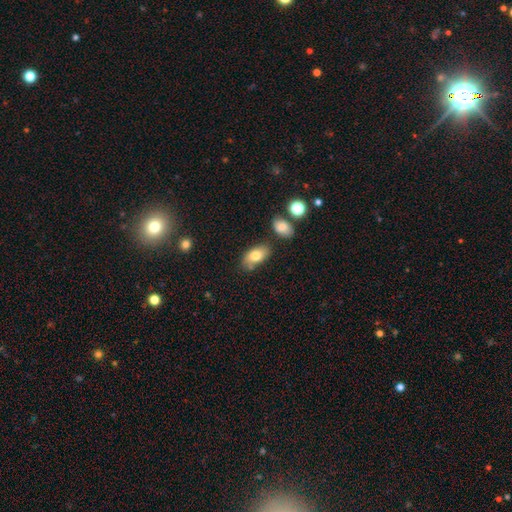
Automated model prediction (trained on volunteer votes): Smooth or featured: smooth — 77% (featured or disk — 15%)
How rounded: in between — 92% (round — 5%)
Merging: none — 70% (minor disturbance — 18%)